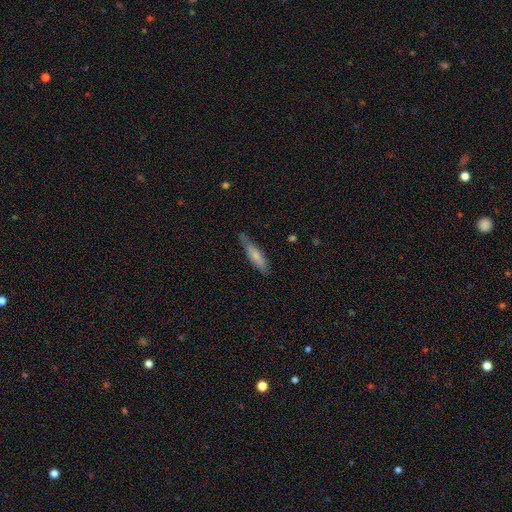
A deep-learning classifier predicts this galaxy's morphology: This is likely a smooth galaxy (70%). How rounded: likely cigar-shaped (76%). Merging: likely none (69%).